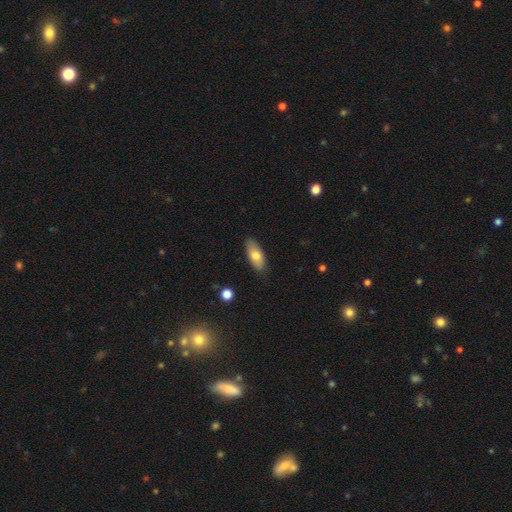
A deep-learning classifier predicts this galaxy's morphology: smooth 72%, featured or disk 22%, star or artifact 6%. Down the decision tree: how rounded — in between (84%); merging — none (84%).